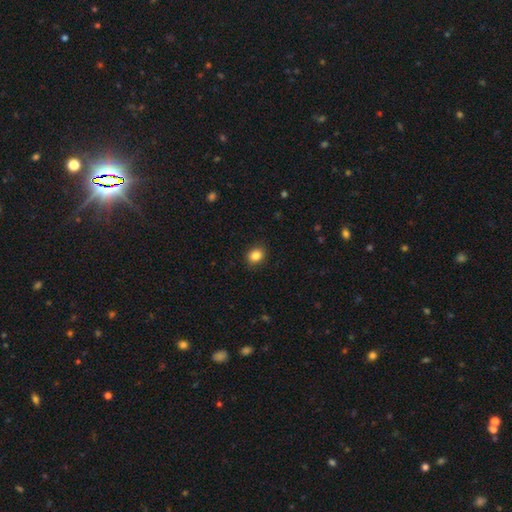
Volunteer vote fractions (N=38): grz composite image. It shows a smooth galaxy with no disk features (95%) that is round (67%). Merging: none (97%).